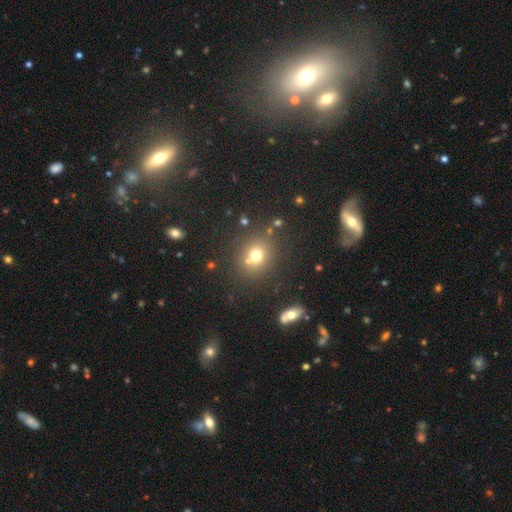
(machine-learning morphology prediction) The model was most divided on "smooth or featured": smooth: 71%, star or artifact: 19%, featured or disk: 11%. More confident: how rounded — round (80%); merging — none (73%).